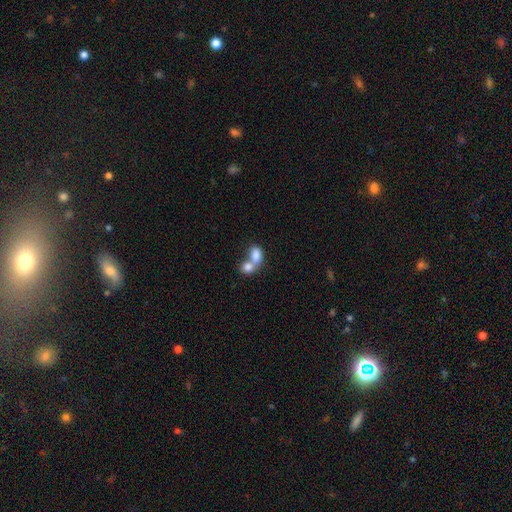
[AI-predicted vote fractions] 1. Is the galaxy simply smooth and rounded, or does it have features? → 79% smooth, 12% featured or disk, 8% star or artifact.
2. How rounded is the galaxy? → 73% in between, 26% round, 2% cigar-shaped.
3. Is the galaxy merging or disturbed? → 72% merger, 19% none, 5% minor disturbance, 4% major disturbance.